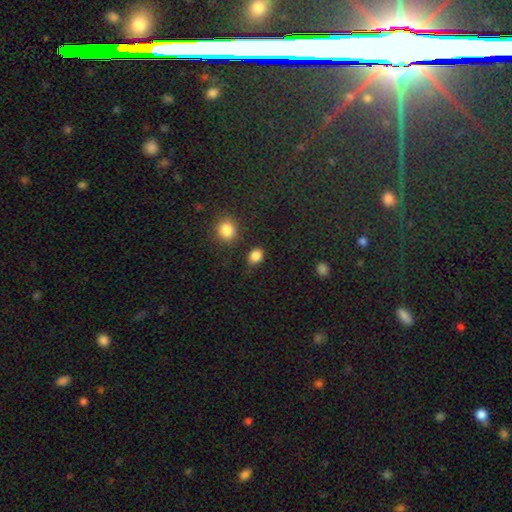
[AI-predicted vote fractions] Smooth or featured? Predicted: smooth (p=0.85). How rounded? Predicted: round (p=0.50). Merging? Predicted: none (p=0.71).